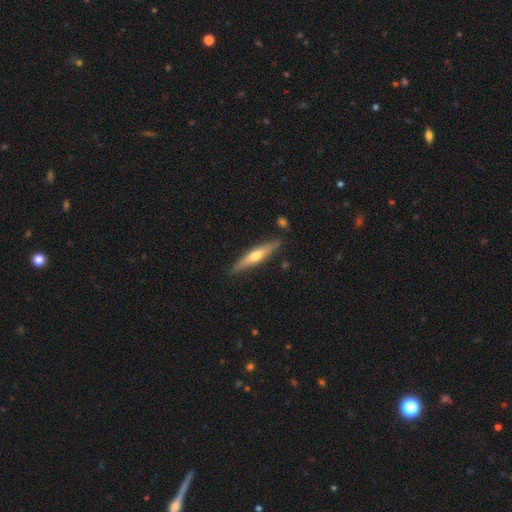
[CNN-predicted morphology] Smooth or featured? Predicted: featured or disk (p=0.55). Edge-on disk? Predicted: yes (p=0.94). Edge-on bulge? Predicted: rounded (p=0.86). Merging? Predicted: none (p=0.87).